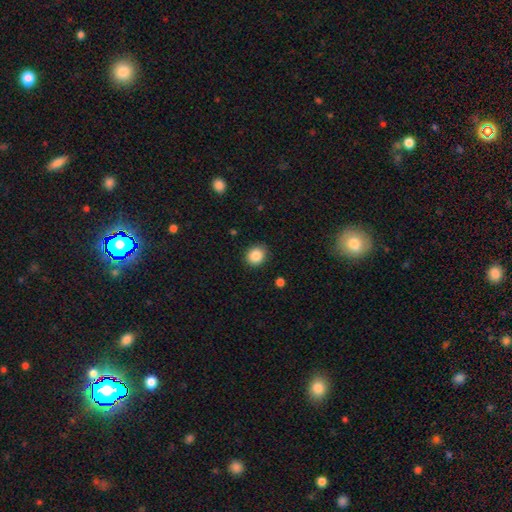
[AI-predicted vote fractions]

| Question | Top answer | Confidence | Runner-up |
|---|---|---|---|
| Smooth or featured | smooth | 87% | star or artifact (9%) |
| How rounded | round | 76% | in between (23%) |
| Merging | none | 89% | minor disturbance (8%) |